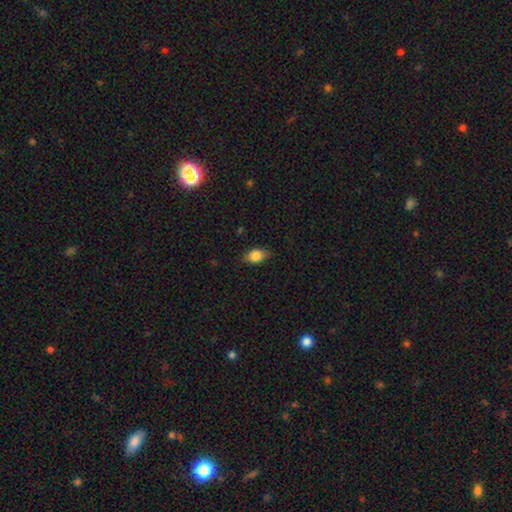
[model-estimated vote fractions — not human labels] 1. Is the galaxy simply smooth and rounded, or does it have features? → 84% smooth, 8% featured or disk, 8% star or artifact.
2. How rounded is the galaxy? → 81% in between, 17% round, 2% cigar-shaped.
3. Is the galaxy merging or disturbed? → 80% none, 16% minor disturbance, 3% major disturbance, 1% merger.